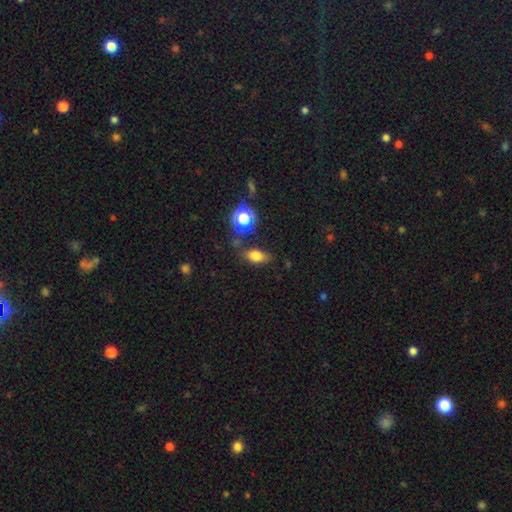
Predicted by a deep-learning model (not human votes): A smooth galaxy with no disk features (77%) that is in between round and cigar-shaped (80%).

Vote fractions:
- Smooth or featured? smooth: 77% / star or artifact: 13% / featured or disk: 10%
- How rounded? in between: 80% / round: 12% / cigar-shaped: 8%
- Merging? none: 74% / minor disturbance: 16% / merger: 5% / major disturbance: 5%